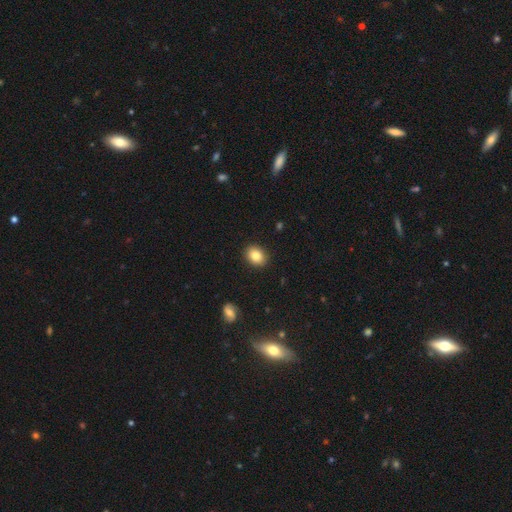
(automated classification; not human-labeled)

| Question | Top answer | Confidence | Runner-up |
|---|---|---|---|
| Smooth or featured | smooth | 84% | star or artifact (9%) |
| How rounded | in between | 56% | round (43%) |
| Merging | none | 90% | minor disturbance (7%) |